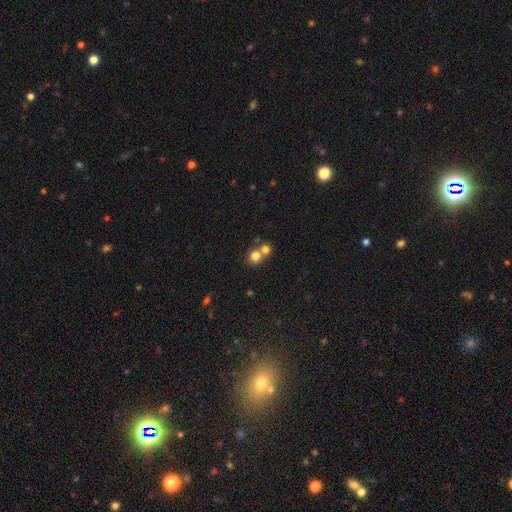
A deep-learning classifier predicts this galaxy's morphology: Smooth or featured?
  - smooth: 79% *
  - star or artifact: 12%
  - featured or disk: 9%
How rounded?
  - round: 85% *
  - in between: 14%
  - cigar-shaped: 1%
Merging?
  - merger: 47% *
  - none: 44%
  - minor disturbance: 6%
  - major disturbance: 3%